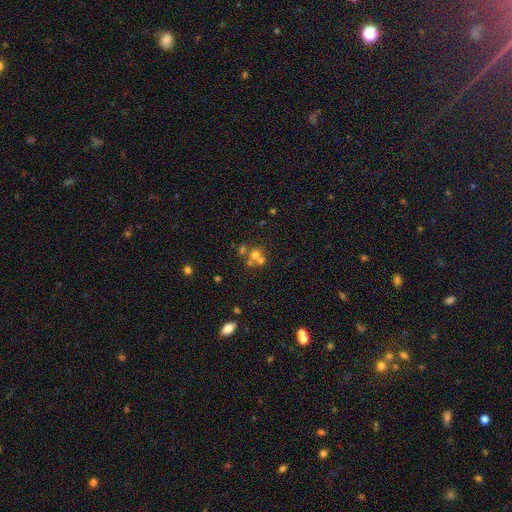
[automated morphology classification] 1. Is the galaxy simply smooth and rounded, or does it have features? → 55% smooth, 25% featured or disk, 20% star or artifact.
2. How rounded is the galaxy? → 81% round, 18% in between, 1% cigar-shaped.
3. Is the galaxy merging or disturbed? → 49% merger, 39% none, 7% minor disturbance, 5% major disturbance.